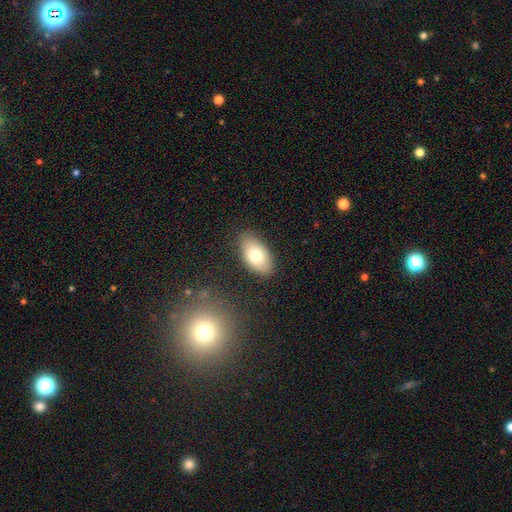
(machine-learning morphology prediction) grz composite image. It shows a smooth galaxy with no disk features (73%) that is in between round and cigar-shaped (94%). Merging: none (85%).